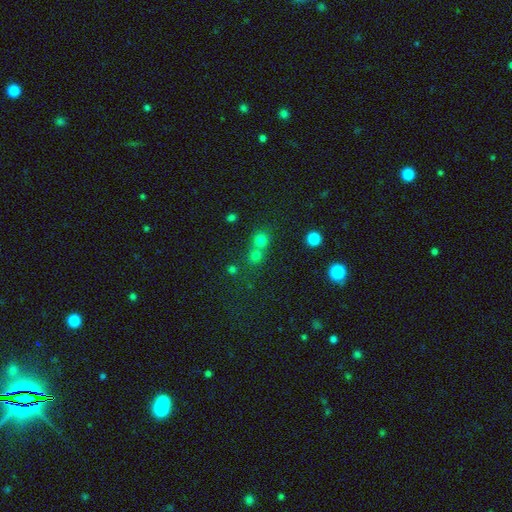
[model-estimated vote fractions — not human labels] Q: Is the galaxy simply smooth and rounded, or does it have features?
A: smooth — 71%.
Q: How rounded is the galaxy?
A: round — 87%.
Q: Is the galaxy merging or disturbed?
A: none — 47%.